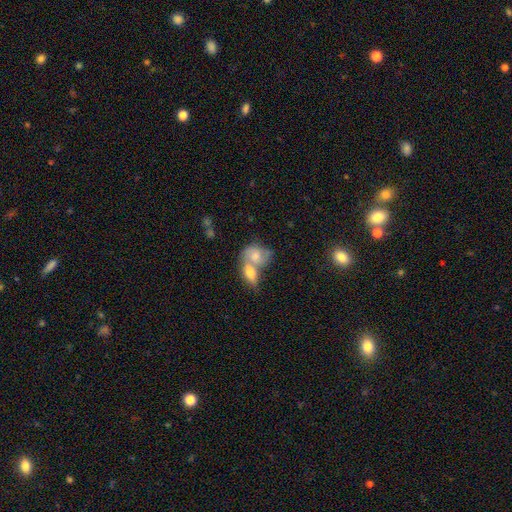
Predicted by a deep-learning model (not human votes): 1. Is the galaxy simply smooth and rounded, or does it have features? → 57% smooth, 36% featured or disk, 8% star or artifact.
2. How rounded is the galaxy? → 67% in between, 30% round, 3% cigar-shaped.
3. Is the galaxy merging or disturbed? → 69% merger, 19% none, 8% minor disturbance, 5% major disturbance.